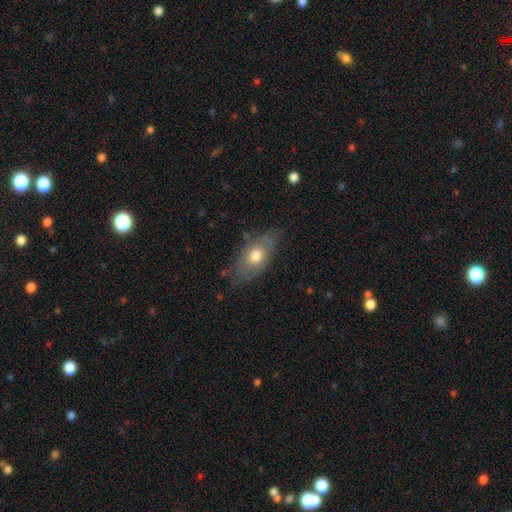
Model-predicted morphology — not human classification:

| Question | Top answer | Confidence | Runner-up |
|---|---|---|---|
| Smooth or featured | smooth | 63% | featured or disk (30%) |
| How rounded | in between | 86% | round (7%) |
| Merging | none | 69% | minor disturbance (23%) |